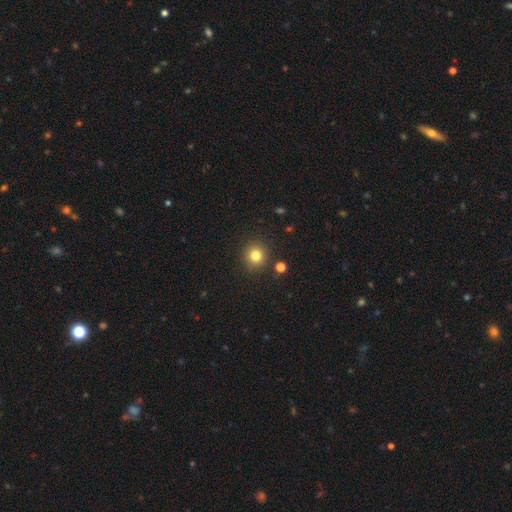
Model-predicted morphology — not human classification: This is clearly a smooth galaxy (81%). How rounded: clearly round (91%). Merging: clearly none (89%).